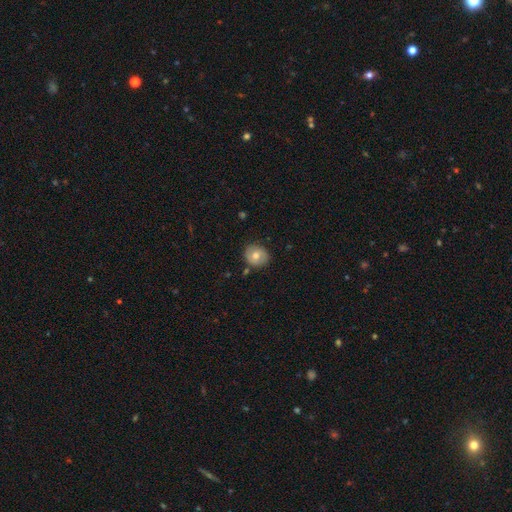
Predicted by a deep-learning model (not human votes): smooth-or-featured: smooth: 61% | featured or disk: 31% | star or artifact: 8%
  how-rounded: round: 80% | in between: 19% | cigar-shaped: 1%
  merging: none: 80% | minor disturbance: 14% | major disturbance: 3% | merger: 3%